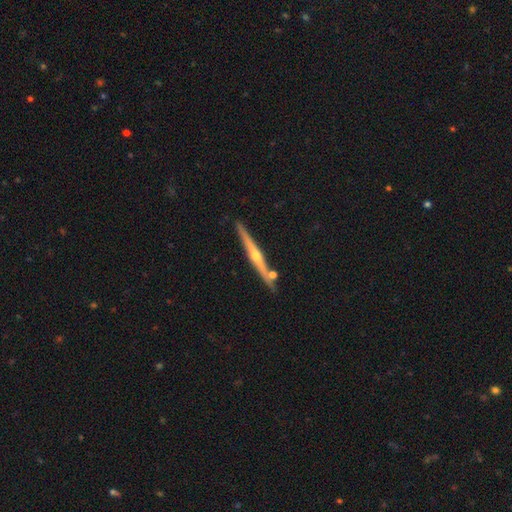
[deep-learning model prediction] Overall: featured or disk (79%). Edge-on disk: yes (98%). Edge-on bulge: rounded (84%). Merging: none (84%).